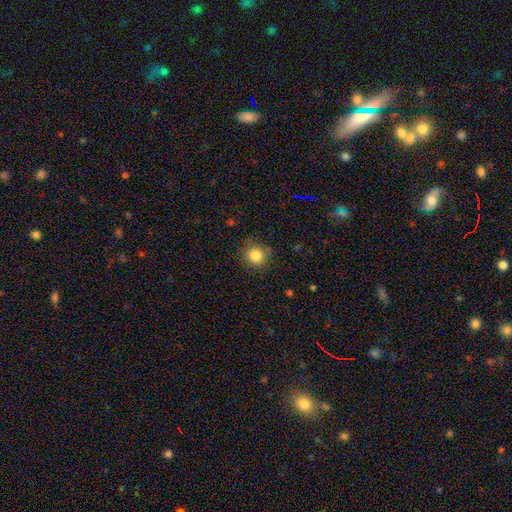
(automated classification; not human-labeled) This appears to be a smooth galaxy with no disk features (82%) that is round (92%). Merging: none (82%).